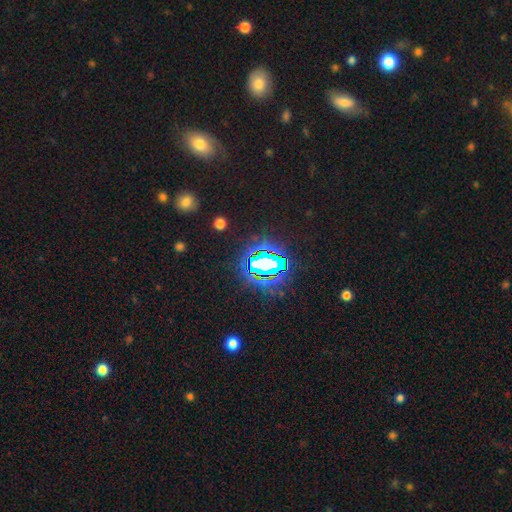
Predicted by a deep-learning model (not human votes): Morphology: type=star or artifact (80%).